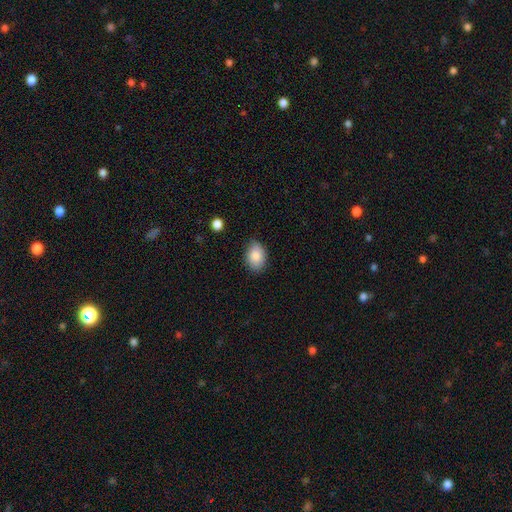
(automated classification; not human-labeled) Overall: smooth (87%). How rounded: in between (83%). Merging: none (83%).